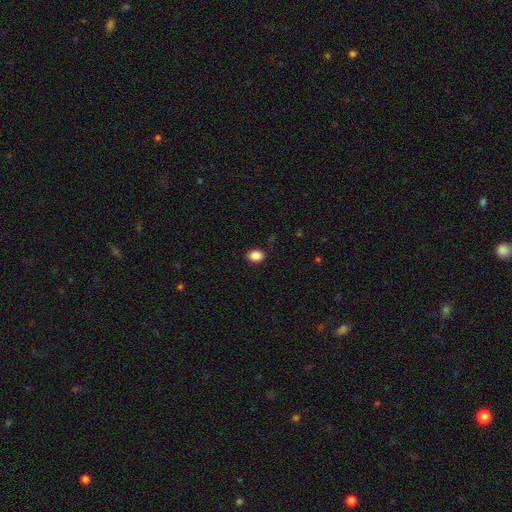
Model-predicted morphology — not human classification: smooth_or_featured: smooth (p=0.88) [alt: star or artifact p=0.09]
how_rounded: in between (p=0.67) [alt: round p=0.32]
merging: none (p=0.86) [alt: minor disturbance p=0.10]